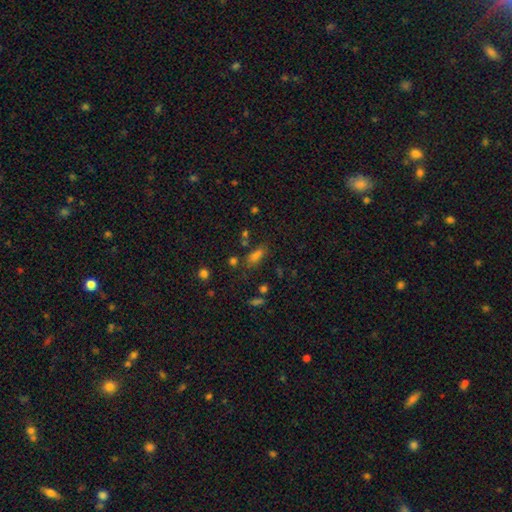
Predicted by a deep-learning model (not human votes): This appears to be a smooth galaxy with no disk features (67%) that is in between round and cigar-shaped (76%). Merging: none (68%).